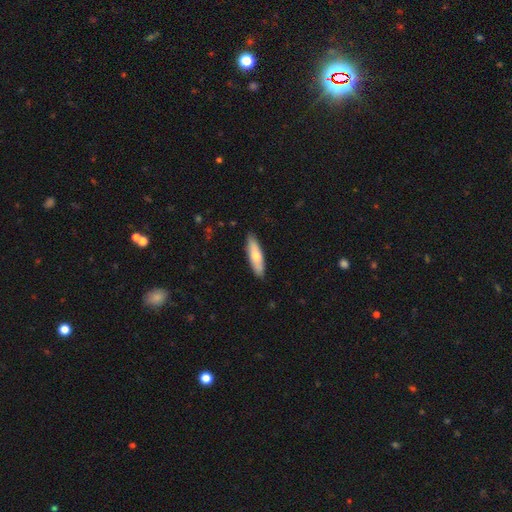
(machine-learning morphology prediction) This appears to be a smooth galaxy with no disk features (64%) that is cigar-shaped (63%). Merging: none (89%).